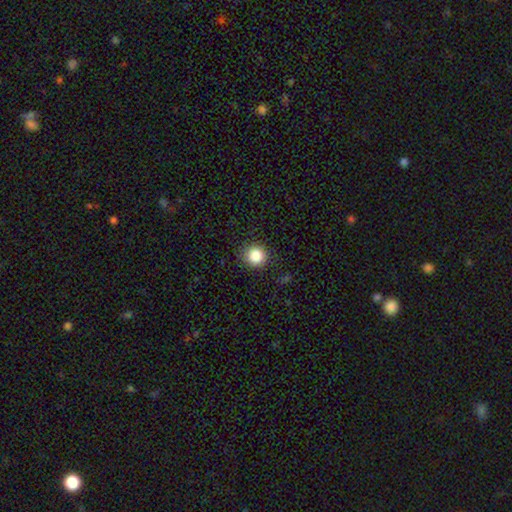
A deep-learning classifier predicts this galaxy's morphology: Overall: smooth (86%). How rounded: round (93%). Merging: none (89%).